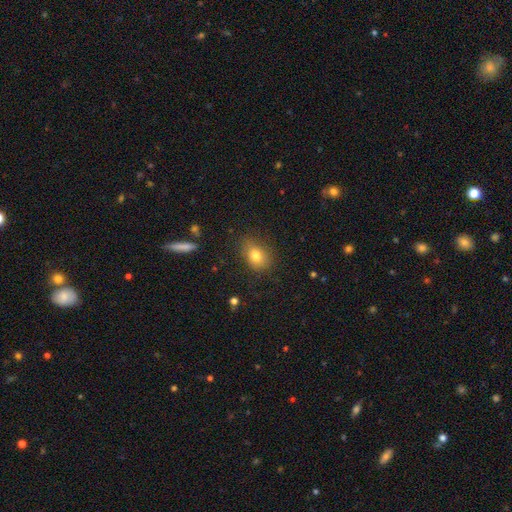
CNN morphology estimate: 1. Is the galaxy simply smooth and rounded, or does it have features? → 79% smooth, 11% featured or disk, 10% star or artifact.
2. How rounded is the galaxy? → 71% in between, 27% round, 2% cigar-shaped.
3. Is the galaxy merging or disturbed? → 76% none, 18% minor disturbance, 5% major disturbance, 1% merger.